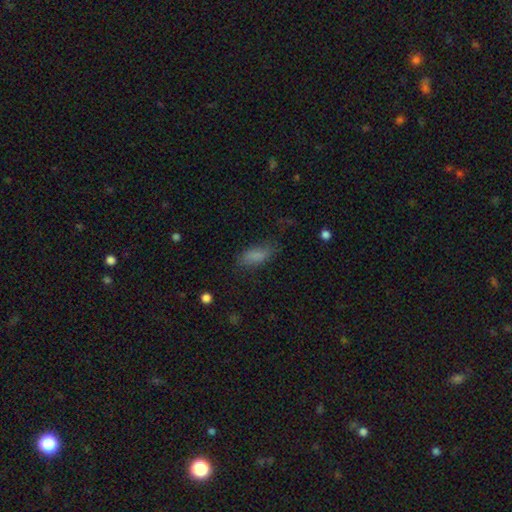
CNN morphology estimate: A smooth galaxy with no disk features (82%) that is in between round and cigar-shaped (80%). Merging: none (64%).